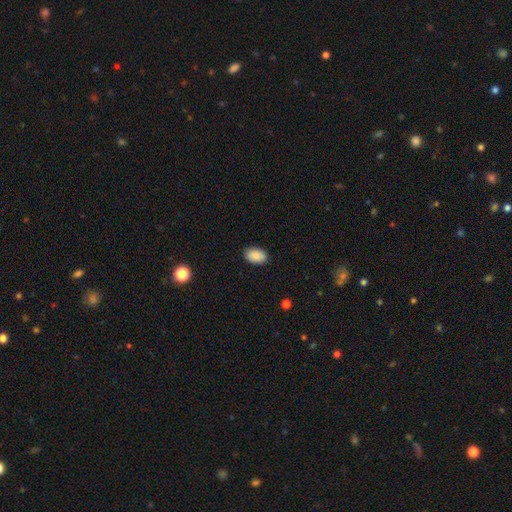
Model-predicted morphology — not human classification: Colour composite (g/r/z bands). It shows a smooth galaxy with no disk features (88%) that is in between round and cigar-shaped (90%). Merging: none (89%).